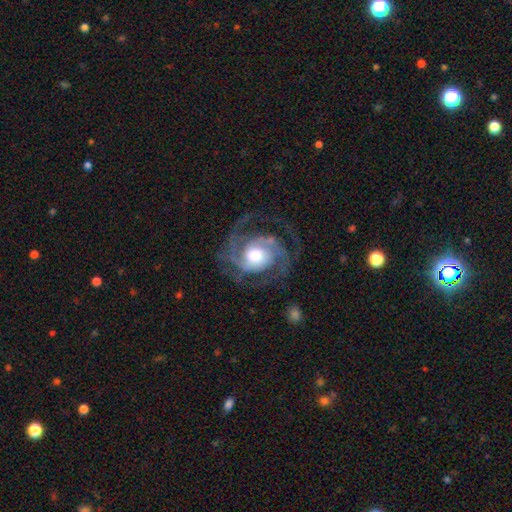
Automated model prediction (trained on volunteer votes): Smooth or featured?
  - featured or disk: 89% *
  - smooth: 6%
  - star or artifact: 5%
Edge-on disk?
  - no: 98% *
  - yes: 2%
Bar?
  - no: 68% *
  - weak: 25%
  - strong: 7%
Spiral arms?
  - yes: 97% *
  - no: 3%
Spiral winding?
  - medium: 47% *
  - tight: 40%
  - loose: 13%
Spiral arm count?
  - 2: 48% *
  - 3: 25%
  - can't tell: 10%
  - 1: 6%
  - 4: 6%
  - more than 4: 5%
Bulge size?
  - moderate: 48% *
  - large: 38%
  - small: 8%
  - dominant: 4%
  - none: 1%
Merging?
  - none: 67% *
  - major disturbance: 16%
  - minor disturbance: 15%
  - merger: 2%